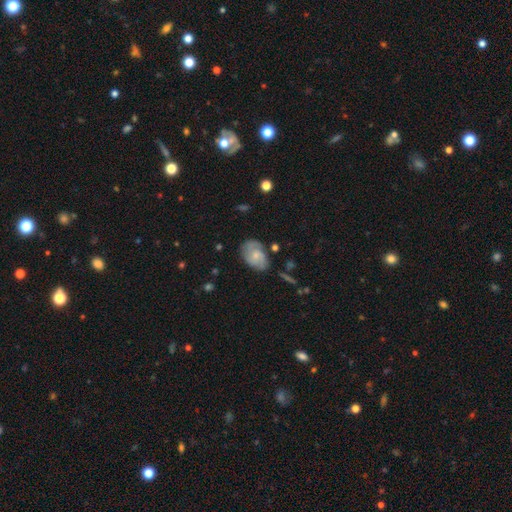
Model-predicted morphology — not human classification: Smooth or featured? featured or disk (47%)
Merging? none (64%)